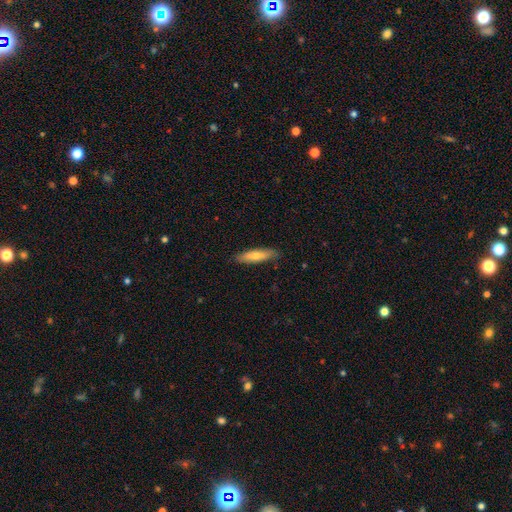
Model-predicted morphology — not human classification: smooth-or-featured: smooth: 68% | featured or disk: 26% | star or artifact: 6%
  how-rounded: cigar-shaped: 70% | in between: 28% | round: 2%
  merging: none: 84% | minor disturbance: 12% | major disturbance: 2% | merger: 1%